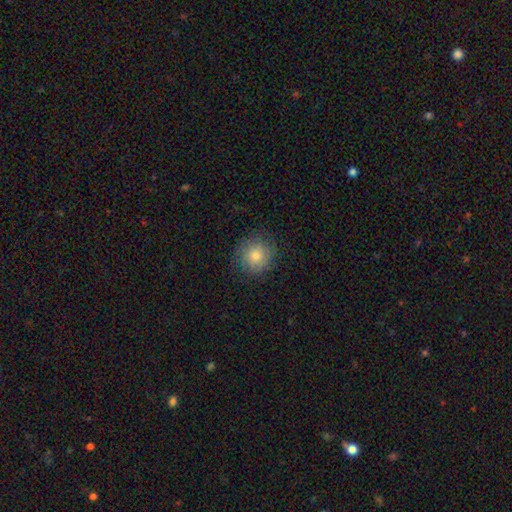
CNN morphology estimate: smooth-or-featured: smooth: 72% | featured or disk: 17% | star or artifact: 11%
  how-rounded: round: 90% | in between: 9% | cigar-shaped: 1%
  merging: none: 81% | minor disturbance: 13% | major disturbance: 5% | merger: 1%